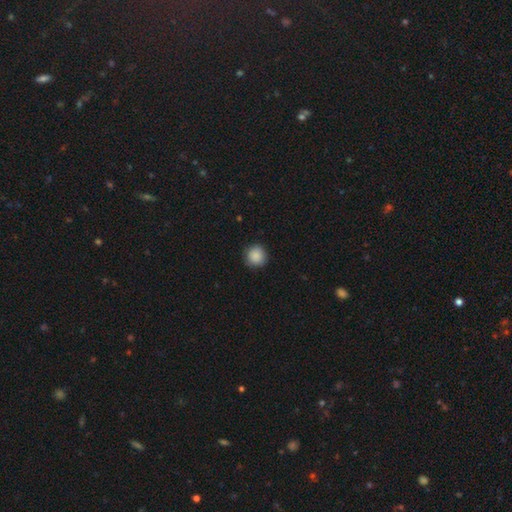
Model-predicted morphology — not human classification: A smooth galaxy with no disk features (89%) that is round (94%).

Vote fractions:
- Smooth or featured? smooth: 89% / star or artifact: 8% / featured or disk: 3%
- How rounded? round: 94% / in between: 5% / cigar-shaped: 1%
- Merging? none: 90% / minor disturbance: 8% / major disturbance: 2% / merger: 1%